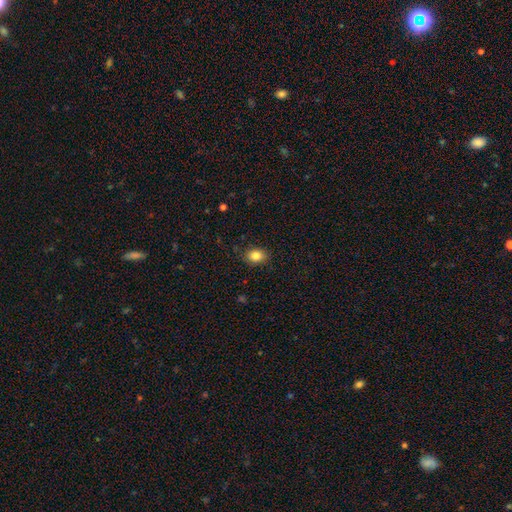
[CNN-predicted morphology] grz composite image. It shows a smooth galaxy with no disk features (85%) that is in between round and cigar-shaped (67%). Merging: none (86%).